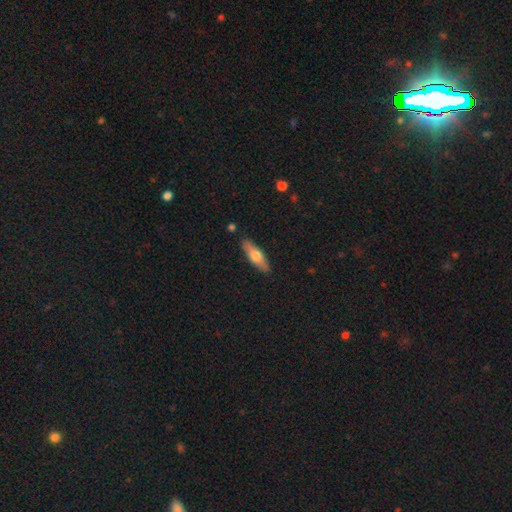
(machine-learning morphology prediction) smooth_or_featured: smooth (p=0.60) [alt: featured or disk p=0.35]
how_rounded: cigar-shaped (p=0.50) [alt: in between p=0.47]
merging: none (p=0.87) [alt: minor disturbance p=0.09]